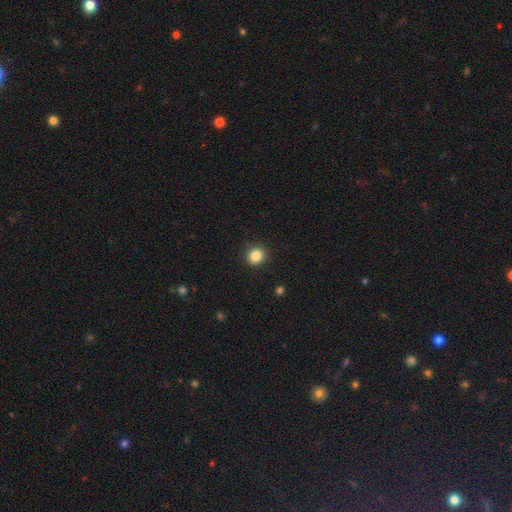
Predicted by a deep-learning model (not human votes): smooth 86%, star or artifact 10%, featured or disk 4%. Down the decision tree: how rounded — round (78%); merging — none (91%).